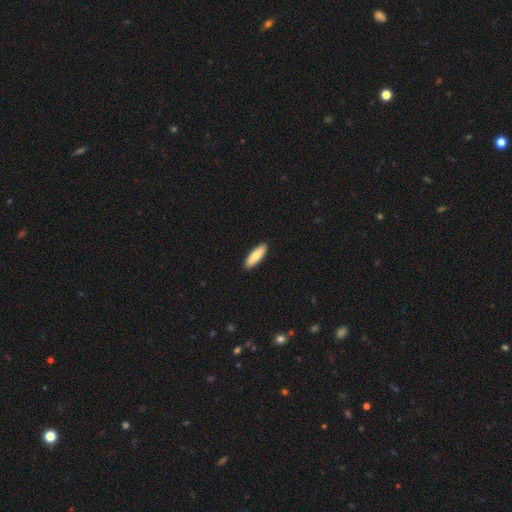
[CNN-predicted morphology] A smooth galaxy with no disk features (78%) that is cigar-shaped (51%).

Vote fractions:
- Smooth or featured? smooth: 78% / featured or disk: 16% / star or artifact: 5%
- How rounded? cigar-shaped: 51% / in between: 47% / round: 2%
- Merging? none: 91% / minor disturbance: 7% / major disturbance: 1% / merger: 1%